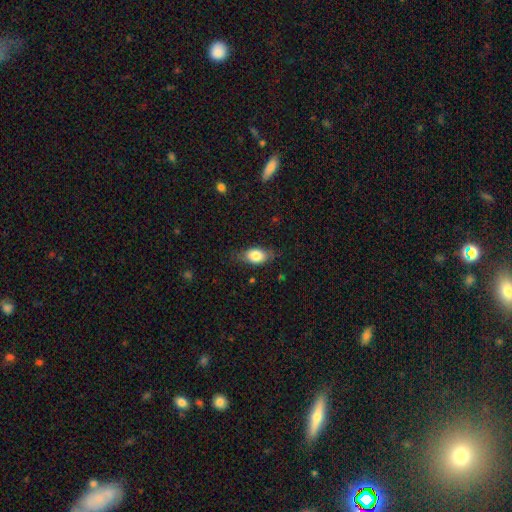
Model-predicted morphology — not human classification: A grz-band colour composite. It shows a smooth galaxy with no disk features (77%) that is in between round and cigar-shaped (83%). Merging: none (73%).